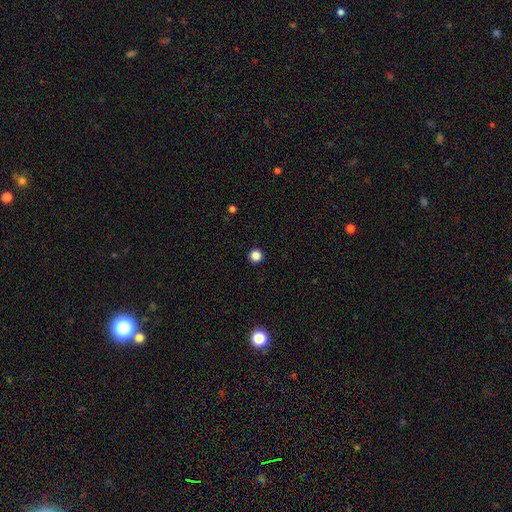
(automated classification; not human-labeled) A smooth galaxy with no disk features (86%) that is round (97%).

Vote fractions:
- Smooth or featured? smooth: 86% / star or artifact: 12% / featured or disk: 3%
- How rounded? round: 97% / in between: 2% / cigar-shaped: 1%
- Merging? none: 94% / minor disturbance: 4% / major disturbance: 1% / merger: 1%